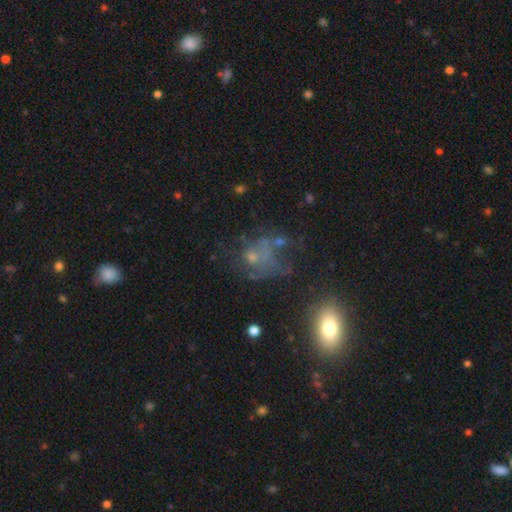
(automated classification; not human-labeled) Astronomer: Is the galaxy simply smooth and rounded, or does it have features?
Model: featured or disk — 43% (runner-up: smooth, 35%).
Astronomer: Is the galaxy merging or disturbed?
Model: major disturbance — 38% (runner-up: none, 32%).